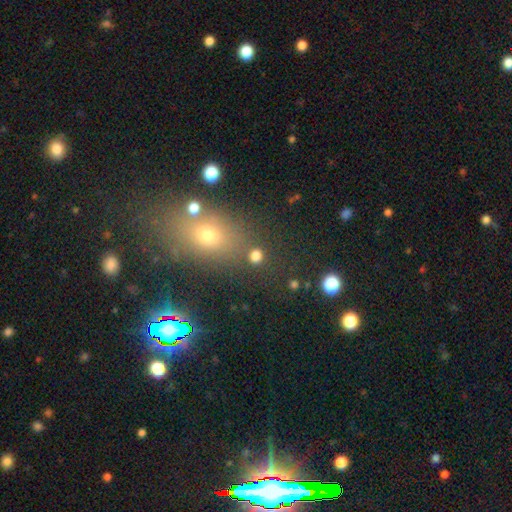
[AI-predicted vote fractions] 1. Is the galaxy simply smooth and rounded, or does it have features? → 78% smooth, 17% star or artifact, 5% featured or disk.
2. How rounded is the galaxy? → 85% round, 13% in between, 1% cigar-shaped.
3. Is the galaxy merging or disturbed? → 82% none, 7% merger, 7% minor disturbance, 4% major disturbance.